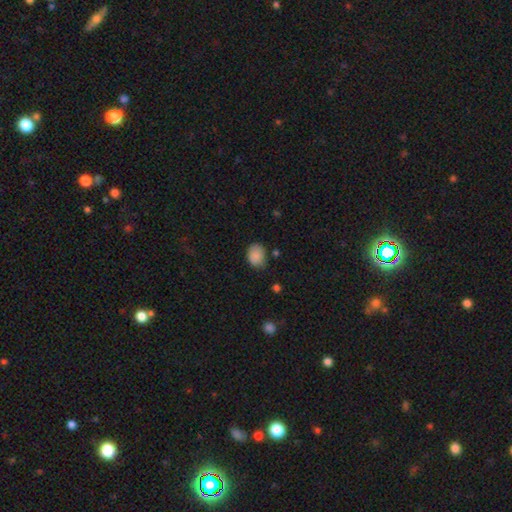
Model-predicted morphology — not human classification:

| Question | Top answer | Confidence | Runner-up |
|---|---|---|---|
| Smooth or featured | smooth | 87% | star or artifact (9%) |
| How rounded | in between | 64% | round (35%) |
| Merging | none | 70% | minor disturbance (23%) |